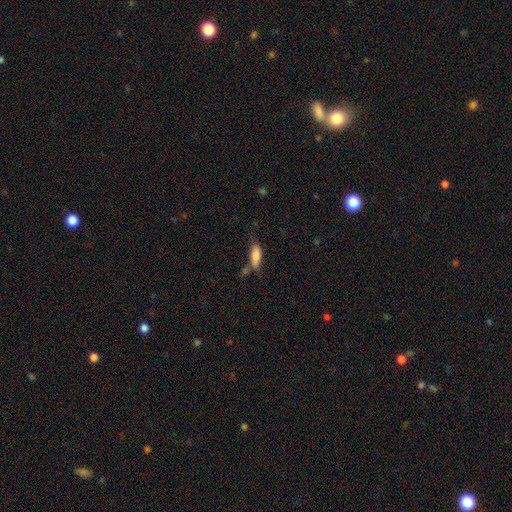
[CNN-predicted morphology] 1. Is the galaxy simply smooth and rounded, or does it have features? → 80% smooth, 12% featured or disk, 8% star or artifact.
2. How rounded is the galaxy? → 60% in between, 38% cigar-shaped, 2% round.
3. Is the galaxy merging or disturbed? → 50% none, 24% minor disturbance, 16% merger, 10% major disturbance.